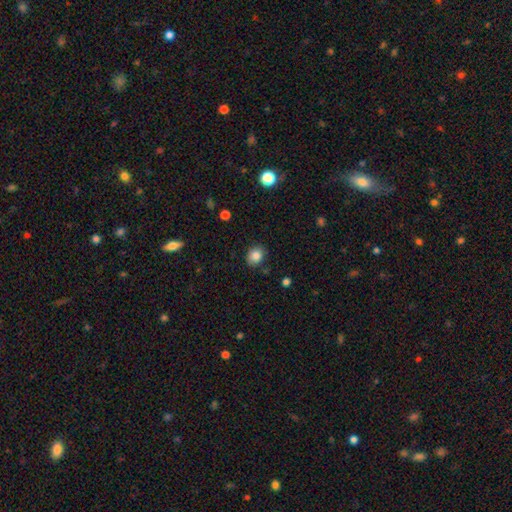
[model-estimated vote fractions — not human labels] This appears to be a smooth galaxy with no disk features (84%) that is round (67%). Merging: none (81%).